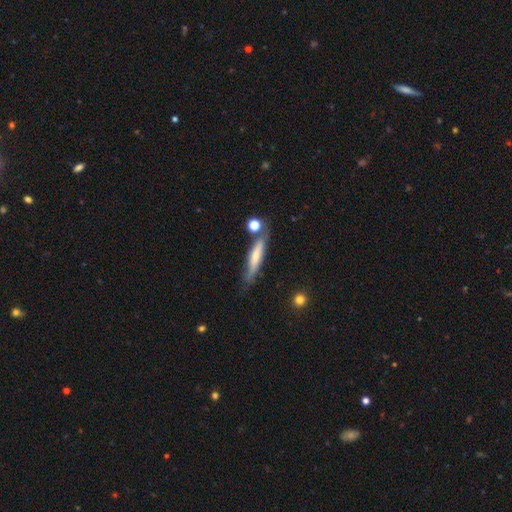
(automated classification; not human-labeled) smooth 53%, featured or disk 40%, star or artifact 7%. Down the decision tree: how rounded — cigar-shaped (85%); merging — none (66%).